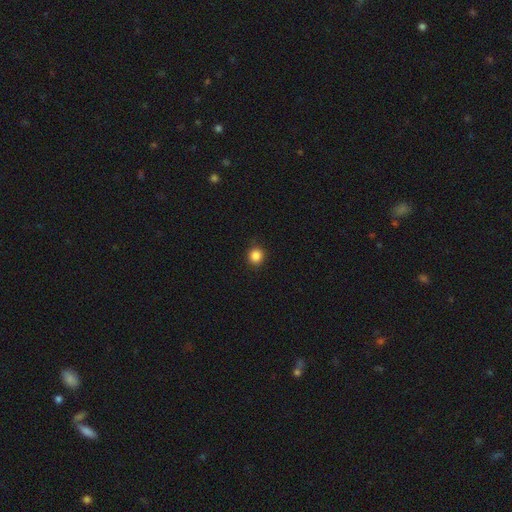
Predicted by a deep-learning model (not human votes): Smooth or featured? smooth (86%)
How rounded? round (91%)
Merging? none (90%)